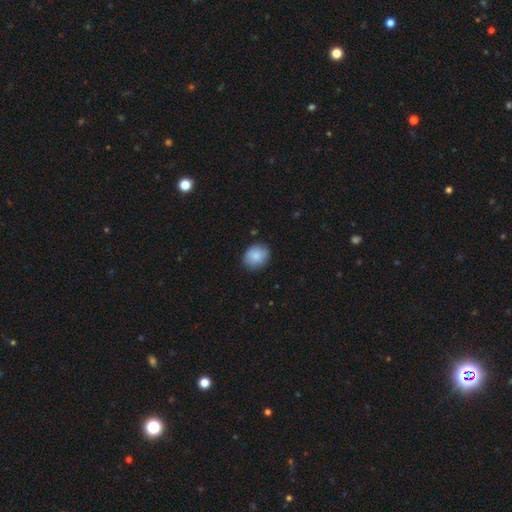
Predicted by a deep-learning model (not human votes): smooth 85%, featured or disk 8%, star or artifact 7%. Down the decision tree: how rounded — round (57%); merging — none (83%).